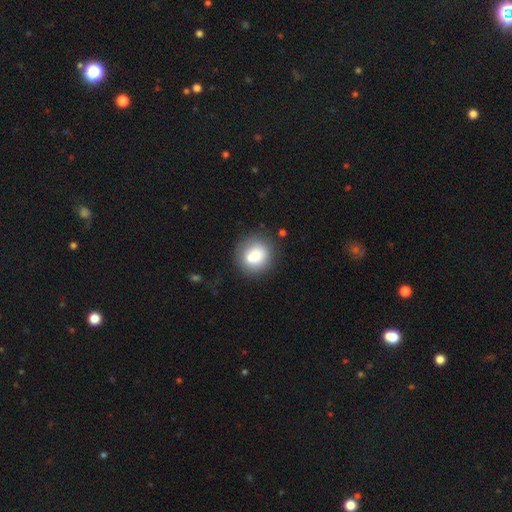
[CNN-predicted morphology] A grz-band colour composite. It shows a smooth galaxy with no disk features (73%) that is round (87%). Merging: none (61%).